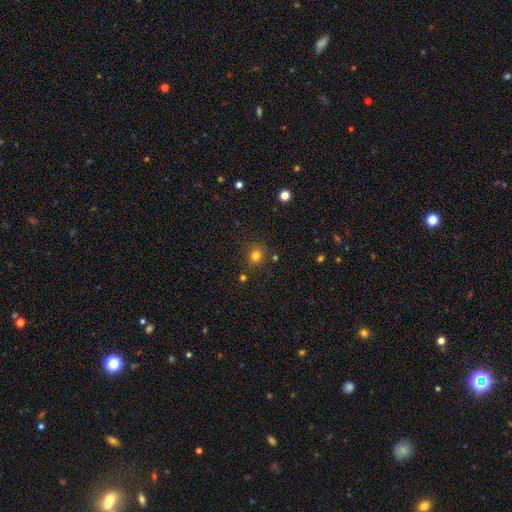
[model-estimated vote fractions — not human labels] This appears to be a smooth galaxy with no disk features (80%) that is round (81%). Merging: none (80%).